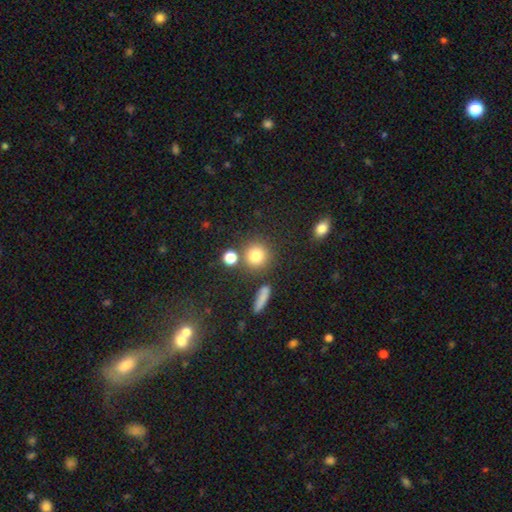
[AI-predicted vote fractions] This is likely a smooth galaxy (79%). How rounded: clearly round (88%). Merging: likely none (75%).